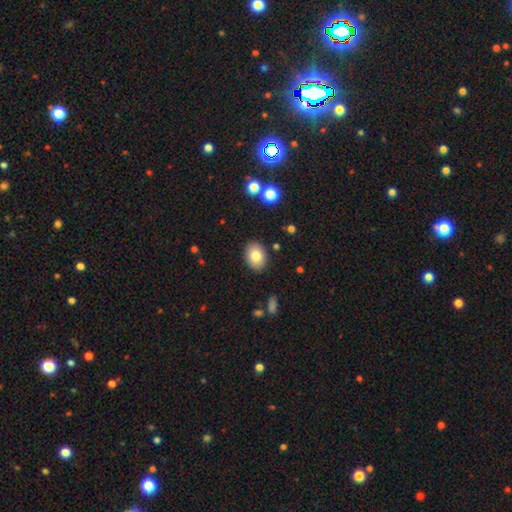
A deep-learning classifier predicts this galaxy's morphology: Overall: smooth (81%). How rounded: in between (74%). Merging: none (87%).